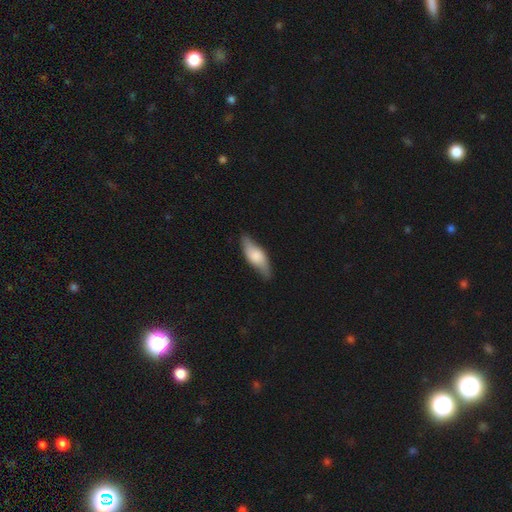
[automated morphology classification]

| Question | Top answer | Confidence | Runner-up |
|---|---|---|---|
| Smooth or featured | smooth | 62% | featured or disk (32%) |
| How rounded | in between | 67% | cigar-shaped (31%) |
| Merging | none | 77% | minor disturbance (19%) |